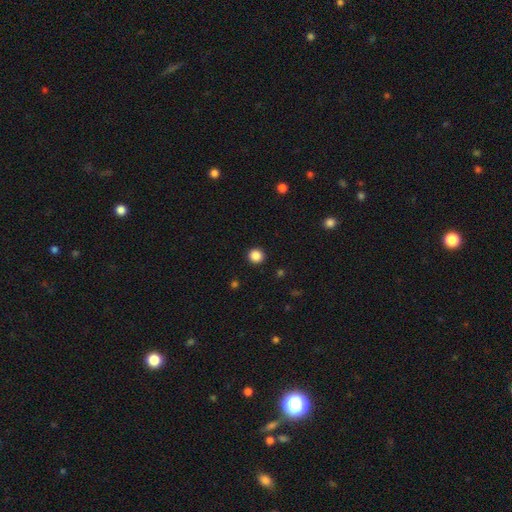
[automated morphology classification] smooth 87%, star or artifact 10%, featured or disk 3%. Down the decision tree: how rounded — round (94%); merging — none (93%).